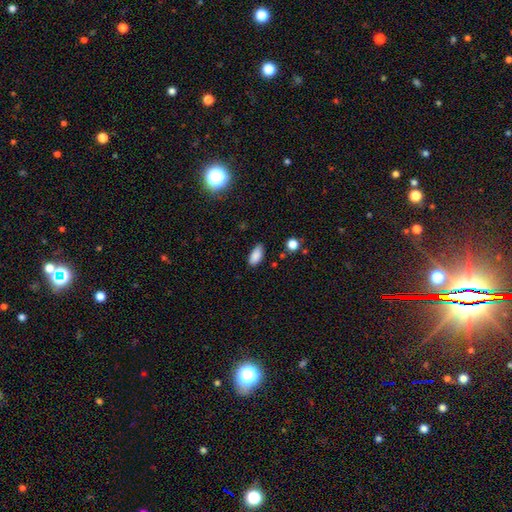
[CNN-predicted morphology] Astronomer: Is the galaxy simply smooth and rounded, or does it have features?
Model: smooth — 86%.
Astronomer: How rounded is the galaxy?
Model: in between — 88%.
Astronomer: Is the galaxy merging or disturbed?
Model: none — 78%.